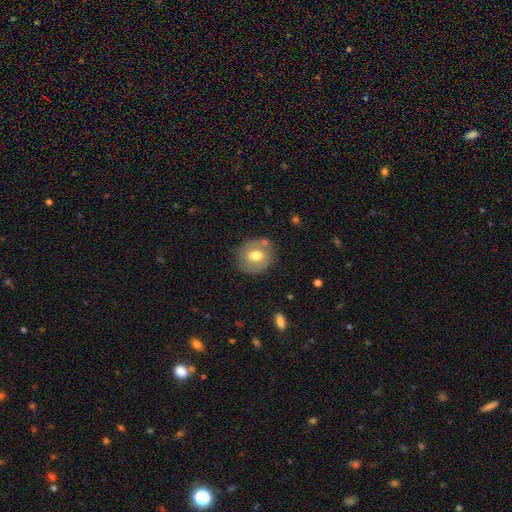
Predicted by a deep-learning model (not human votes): Smooth or featured: smooth — 58% (featured or disk — 34%)
How rounded: round — 76% (in between — 23%)
Merging: none — 76% (minor disturbance — 15%)